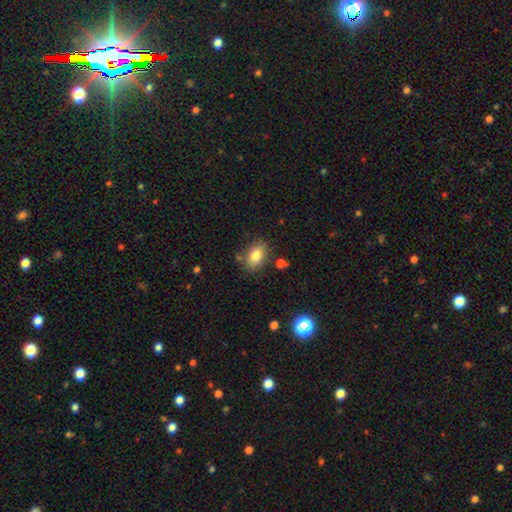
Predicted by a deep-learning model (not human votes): smooth_or_featured: smooth (p=0.82) [alt: featured or disk p=0.09]
how_rounded: in between (p=0.84) [alt: round p=0.14]
merging: none (p=0.78) [alt: minor disturbance p=0.13]